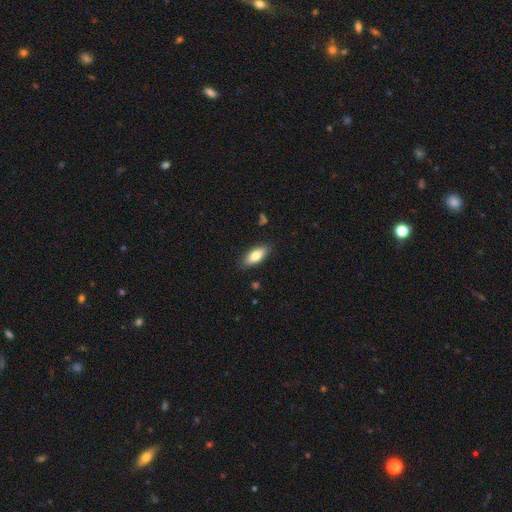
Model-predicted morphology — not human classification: Smooth or featured? smooth (76%)
How rounded? in between (79%)
Merging? none (87%)